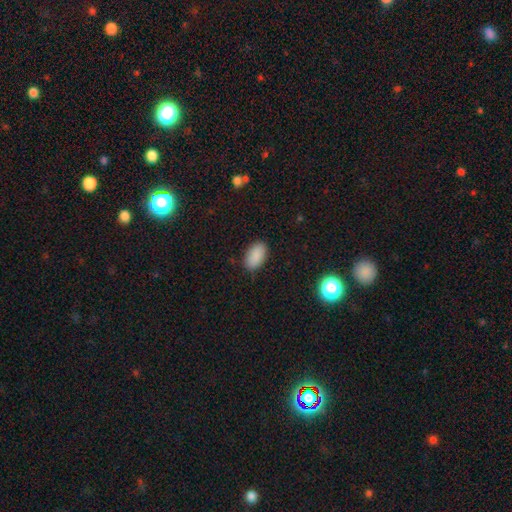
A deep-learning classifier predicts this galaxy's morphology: The model was most divided on "merging": none: 87%, minor disturbance: 10%, major disturbance: 2%, merger: 1%. More confident: how rounded — in between (94%); smooth or featured — smooth (89%).